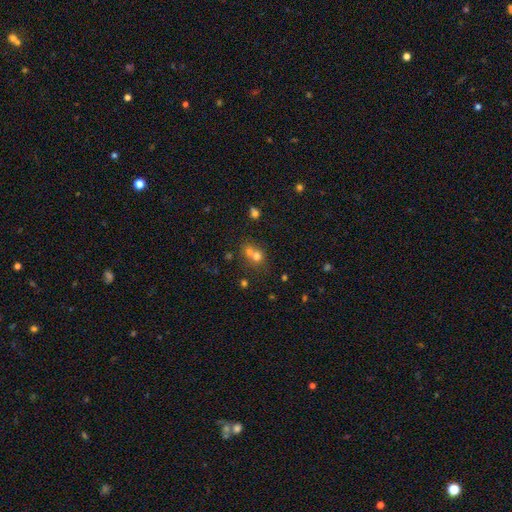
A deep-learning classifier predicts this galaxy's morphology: smooth_or_featured: smooth (p=0.63) [alt: star or artifact p=0.21]
how_rounded: round (p=0.78) [alt: in between p=0.21]
merging: merger (p=0.55) [alt: none p=0.36]